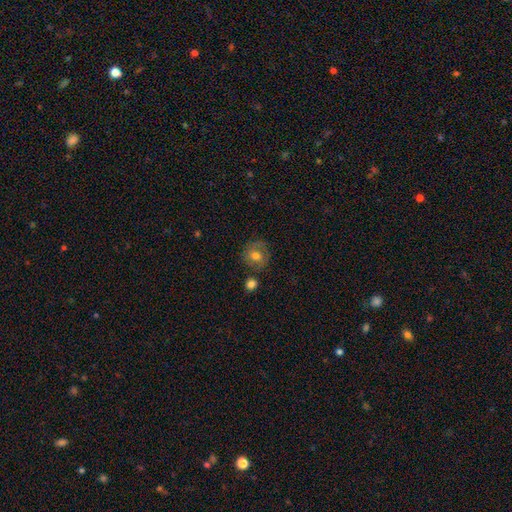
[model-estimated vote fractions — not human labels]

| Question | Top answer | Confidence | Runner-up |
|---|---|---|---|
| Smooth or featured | smooth | 64% | featured or disk (27%) |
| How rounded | round | 83% | in between (16%) |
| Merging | none | 73% | minor disturbance (16%) |